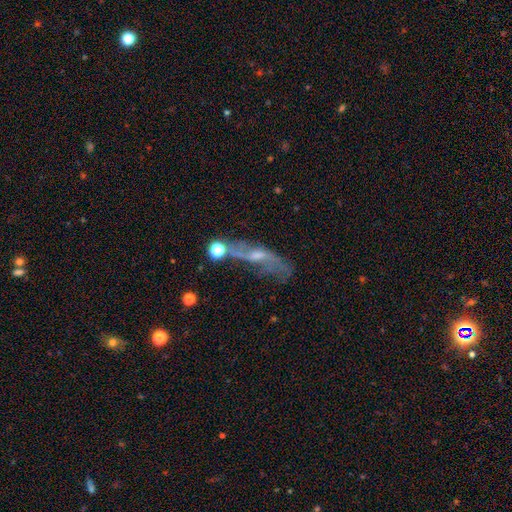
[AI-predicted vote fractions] Overall: featured or disk (71%). Edge-on disk: no (74%). Bar: no (43%; weak 41%). Spiral arms: yes (79%). Bulge size: small (52%; moderate 30%). Merging: none (44%; major disturbance 21%).